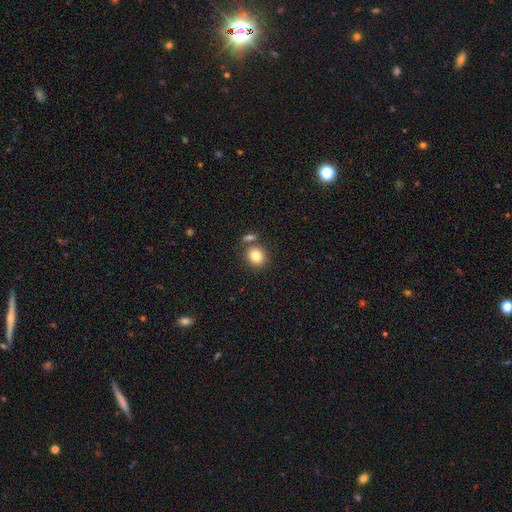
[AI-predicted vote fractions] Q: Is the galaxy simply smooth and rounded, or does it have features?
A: smooth — 81%.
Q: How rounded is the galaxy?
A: round — 75%.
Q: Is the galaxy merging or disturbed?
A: none — 69%.